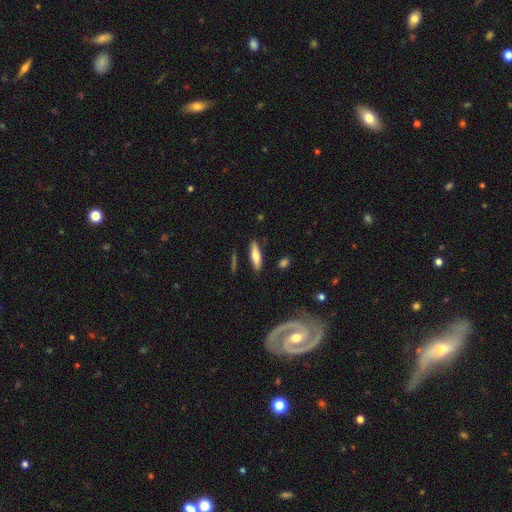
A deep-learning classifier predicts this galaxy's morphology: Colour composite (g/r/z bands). It shows a smooth galaxy with no disk features (62%) that is cigar-shaped (68%). Merging: none (85%).